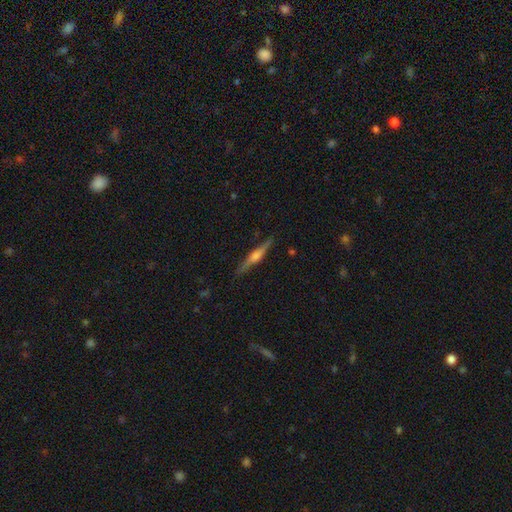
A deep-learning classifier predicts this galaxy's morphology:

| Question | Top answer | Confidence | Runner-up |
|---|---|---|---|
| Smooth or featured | featured or disk | 73% | smooth (21%) |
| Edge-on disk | yes | 98% | no (2%) |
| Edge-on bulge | rounded | 84% | boxy (11%) |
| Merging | none | 89% | minor disturbance (8%) |